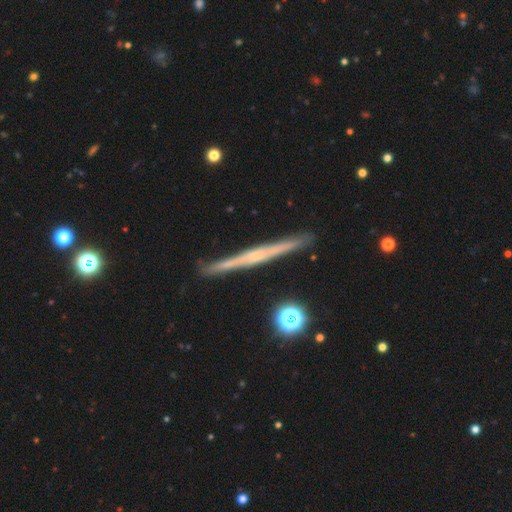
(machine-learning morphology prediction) Smooth or featured?
  - featured or disk: 72% *
  - smooth: 22%
  - star or artifact: 6%
Edge-on disk?
  - yes: 98% *
  - no: 2%
Edge-on bulge?
  - none: 56% *
  - rounded: 35%
  - boxy: 8%
Merging?
  - none: 89% *
  - minor disturbance: 8%
  - merger: 2%
  - major disturbance: 1%